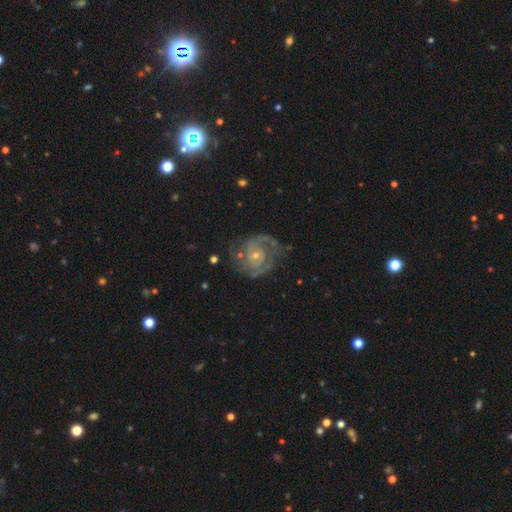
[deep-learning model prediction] This appears to be a featured or disk galaxy (86%) with no bar (67%), 2 (61%) tight (46%) spiral arms (96%) and a small central bulge (67%). Merging: none (68%).